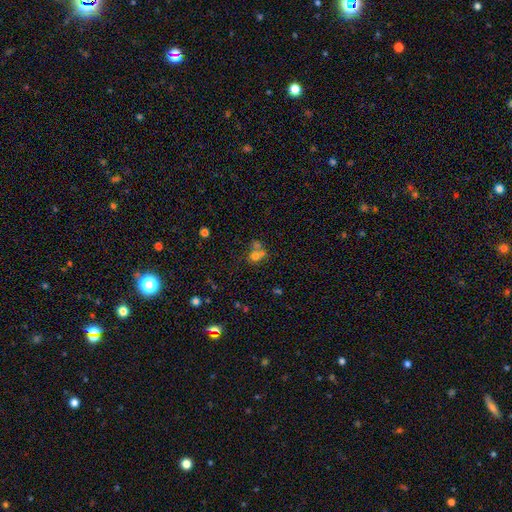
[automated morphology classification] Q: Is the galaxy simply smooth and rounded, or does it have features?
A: smooth — 64%.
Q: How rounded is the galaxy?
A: round — 73%.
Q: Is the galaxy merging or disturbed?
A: merger — 50%.